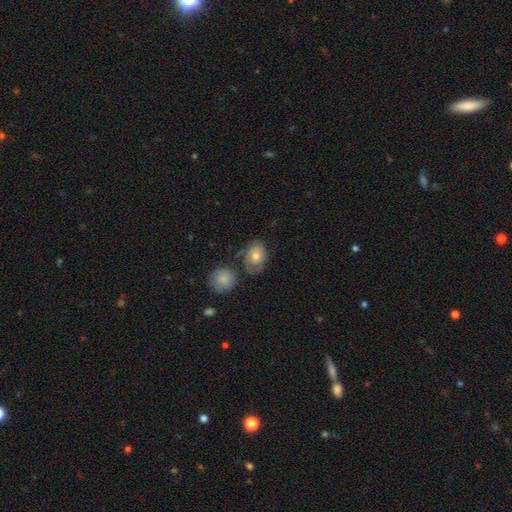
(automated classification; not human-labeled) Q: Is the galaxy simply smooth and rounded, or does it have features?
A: smooth — 55%.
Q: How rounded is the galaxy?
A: in between — 61%.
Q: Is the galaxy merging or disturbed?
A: none — 48%.